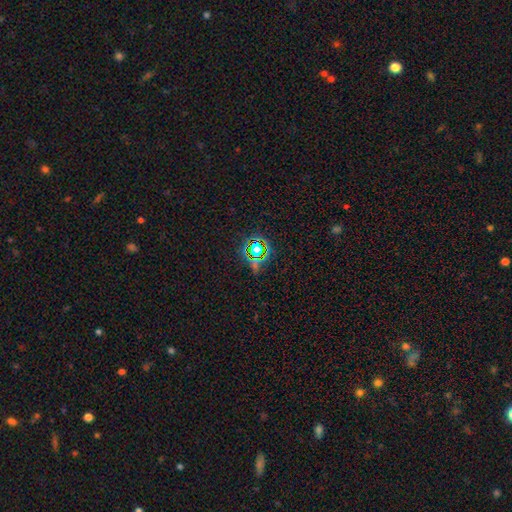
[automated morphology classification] This appears to be a star or artifact, not a galaxy (68%).